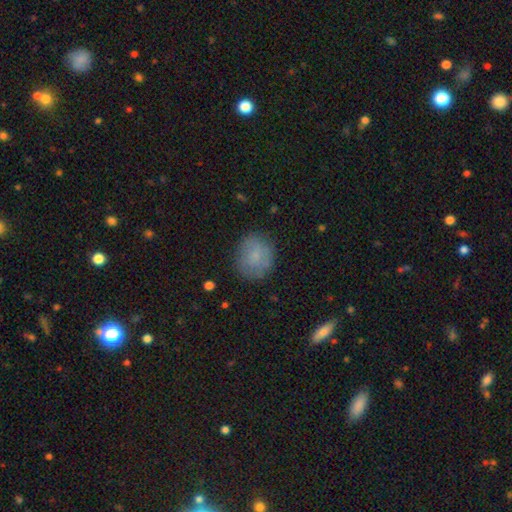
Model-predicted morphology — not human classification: smooth_or_featured: smooth (p=0.78) [alt: featured or disk p=0.14]
how_rounded: round (p=0.76) [alt: in between p=0.23]
merging: none (p=0.80) [alt: minor disturbance p=0.15]